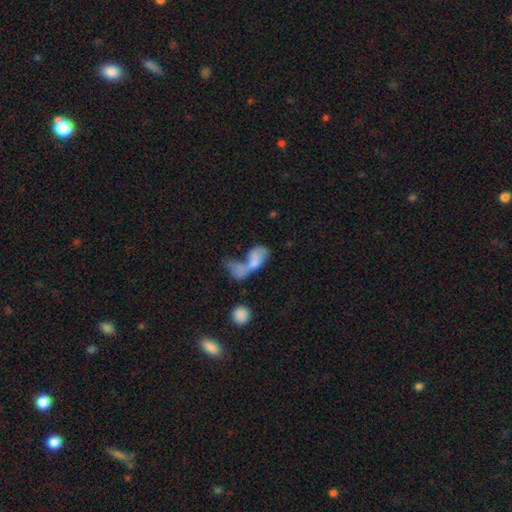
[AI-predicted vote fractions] Smooth or featured? Predicted: featured or disk (p=0.39). Merging? Predicted: merger (p=0.49).